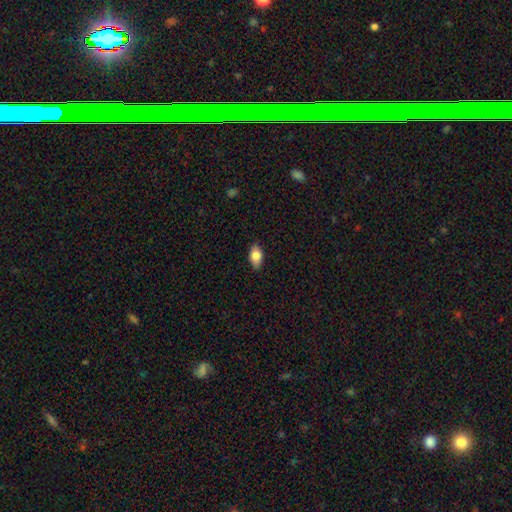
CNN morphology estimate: Smooth or featured? Predicted: smooth (p=0.80). How rounded? Predicted: in between (p=0.90). Merging? Predicted: none (p=0.85).